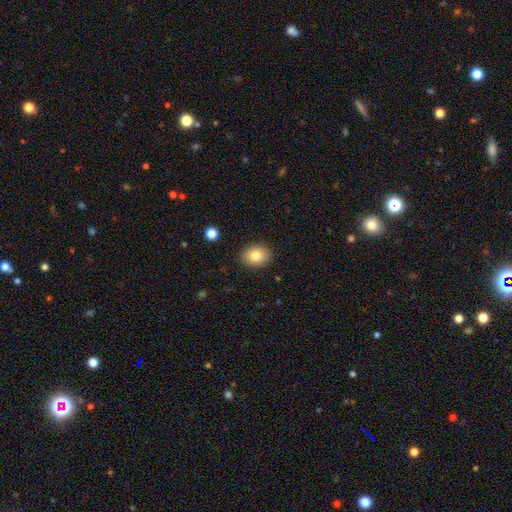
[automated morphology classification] Q: Smooth or featured?
A: smooth (82%); runner-up: featured or disk (9%)
Q: How rounded?
A: in between (50%); runner-up: round (49%)
Q: Merging?
A: none (89%); runner-up: minor disturbance (8%)